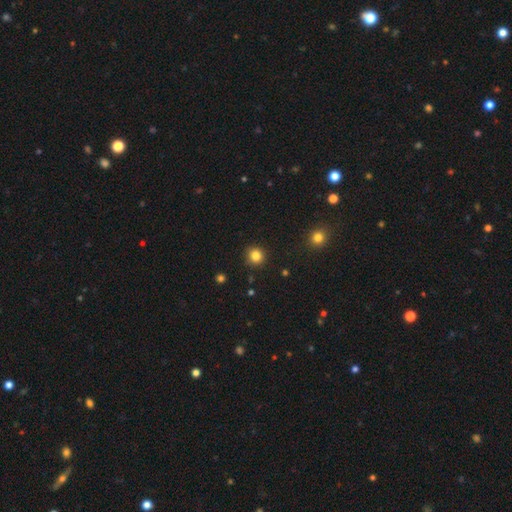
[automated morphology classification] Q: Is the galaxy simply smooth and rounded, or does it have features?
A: smooth — 83%.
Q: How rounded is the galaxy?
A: round — 93%.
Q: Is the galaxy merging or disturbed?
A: none — 91%.